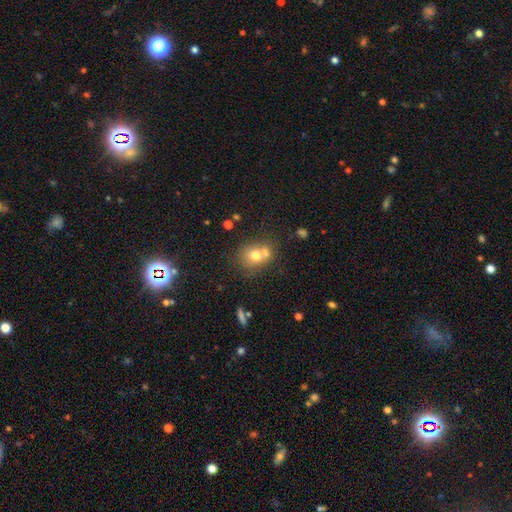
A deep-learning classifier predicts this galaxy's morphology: A smooth galaxy with no disk features (69%) that is round (68%).

Vote fractions:
- Smooth or featured? smooth: 69% / featured or disk: 19% / star or artifact: 12%
- How rounded? round: 68% / in between: 31% / cigar-shaped: 1%
- Merging? merger: 44% / none: 40% / minor disturbance: 11% / major disturbance: 5%